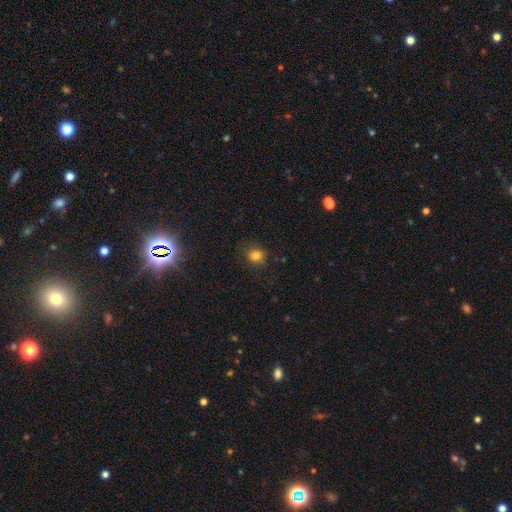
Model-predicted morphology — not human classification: smooth_or_featured: smooth (p=0.80) [alt: star or artifact p=0.14]
how_rounded: round (p=0.77) [alt: in between p=0.23]
merging: none (p=0.81) [alt: minor disturbance p=0.14]